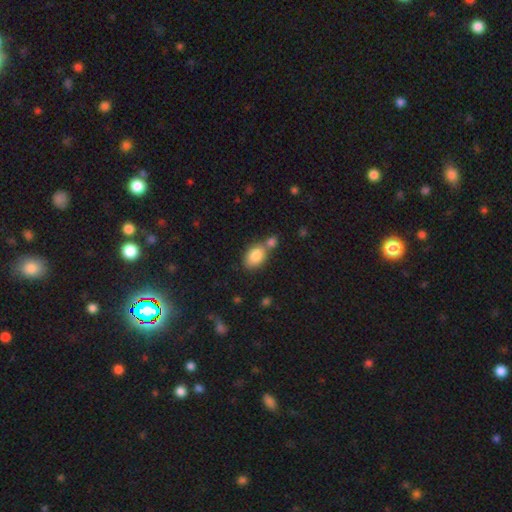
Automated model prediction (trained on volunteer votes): Q: Smooth or featured?
A: smooth (84%); runner-up: featured or disk (8%)
Q: How rounded?
A: in between (84%); runner-up: round (15%)
Q: Merging?
A: none (52%); runner-up: merger (31%)